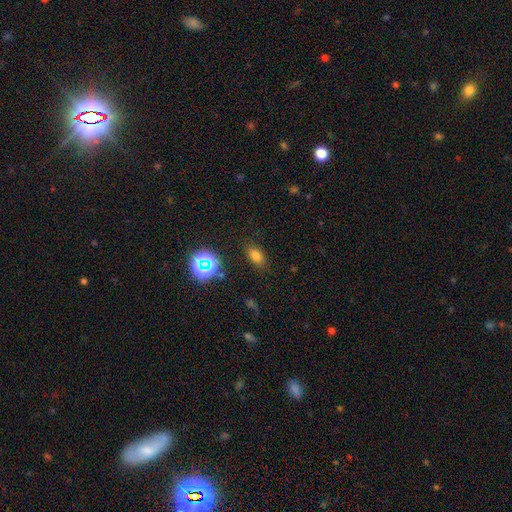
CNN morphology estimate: Q: Smooth or featured?
A: smooth (73%); runner-up: star or artifact (19%)
Q: How rounded?
A: in between (84%); runner-up: round (13%)
Q: Merging?
A: none (83%); runner-up: minor disturbance (12%)